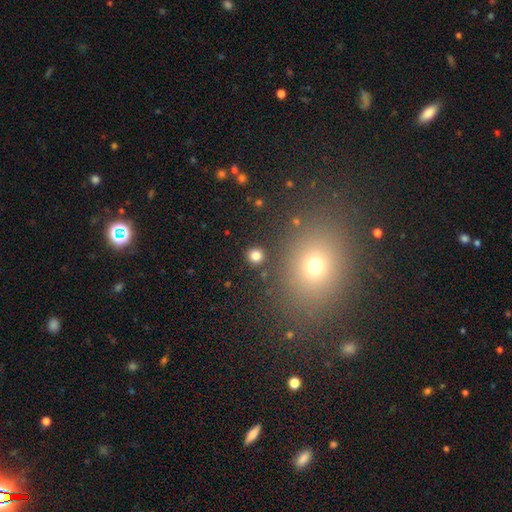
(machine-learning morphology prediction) Smooth or featured?
  - smooth: 81% *
  - star or artifact: 14%
  - featured or disk: 5%
How rounded?
  - round: 91% *
  - in between: 8%
  - cigar-shaped: 1%
Merging?
  - none: 89% *
  - minor disturbance: 5%
  - merger: 3%
  - major disturbance: 2%